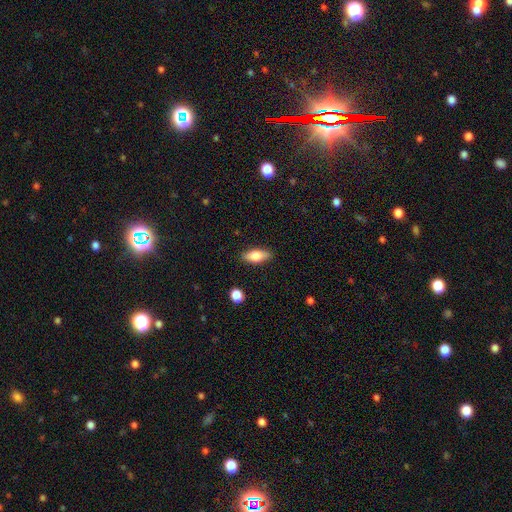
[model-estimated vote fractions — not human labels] The model was most divided on "smooth or featured": smooth: 73%, featured or disk: 19%, star or artifact: 7%. More confident: merging — none (87%); how rounded — in between (79%).